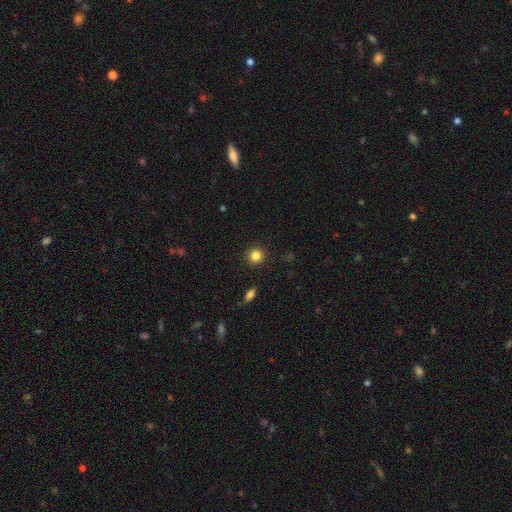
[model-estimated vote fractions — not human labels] Smooth or featured?
  - smooth: 84% *
  - star or artifact: 11%
  - featured or disk: 5%
How rounded?
  - round: 93% *
  - in between: 6%
  - cigar-shaped: 1%
Merging?
  - none: 91% *
  - minor disturbance: 6%
  - major disturbance: 2%
  - merger: 1%